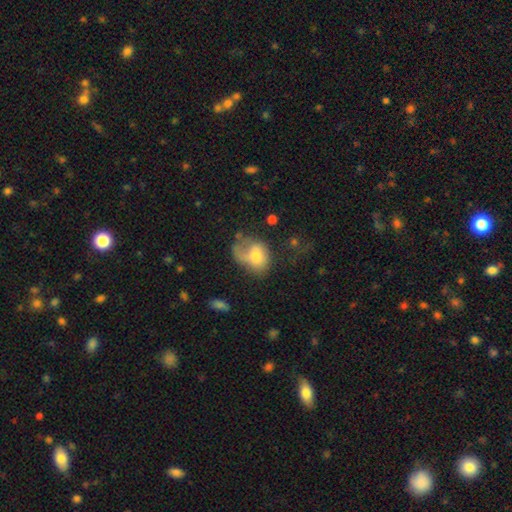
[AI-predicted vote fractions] smooth-or-featured: smooth: 64% | featured or disk: 26% | star or artifact: 9%
  how-rounded: in between: 64% | round: 35% | cigar-shaped: 1%
  merging: major disturbance: 41% | minor disturbance: 27% | none: 23% | merger: 9%